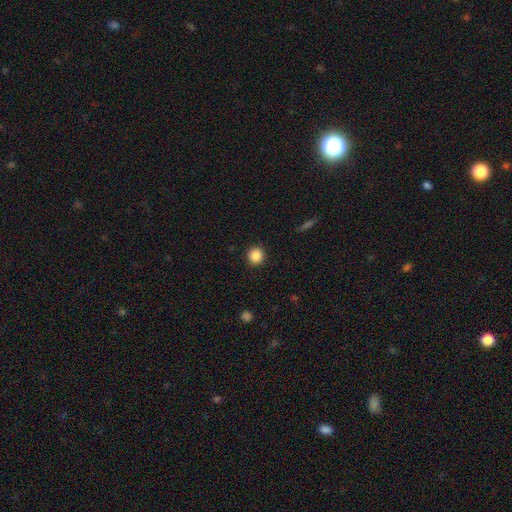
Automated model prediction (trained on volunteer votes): A smooth galaxy with no disk features (87%) that is round (94%).

Vote fractions:
- Smooth or featured? smooth: 87% / star or artifact: 10% / featured or disk: 3%
- How rounded? round: 94% / in between: 5% / cigar-shaped: 1%
- Merging? none: 92% / minor disturbance: 5% / major disturbance: 2% / merger: 1%